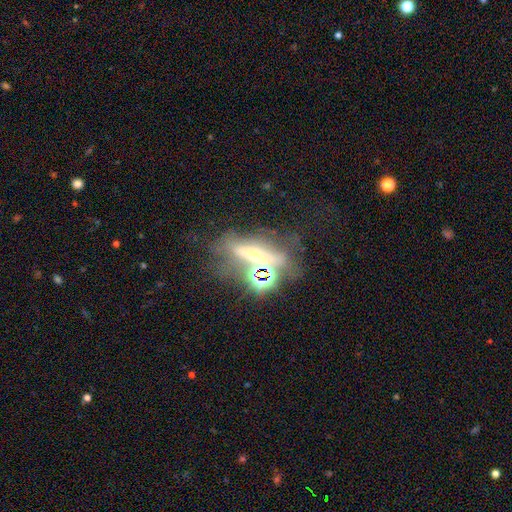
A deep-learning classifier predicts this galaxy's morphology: smooth_or_featured: featured or disk (p=0.41) [alt: star or artifact p=0.31]
merging: none (p=0.51) [alt: minor disturbance p=0.18]